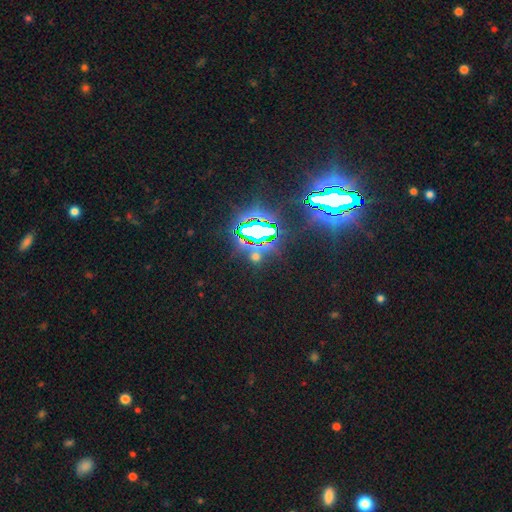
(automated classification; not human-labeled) star or artifact 73%, smooth 19%, featured or disk 8%.